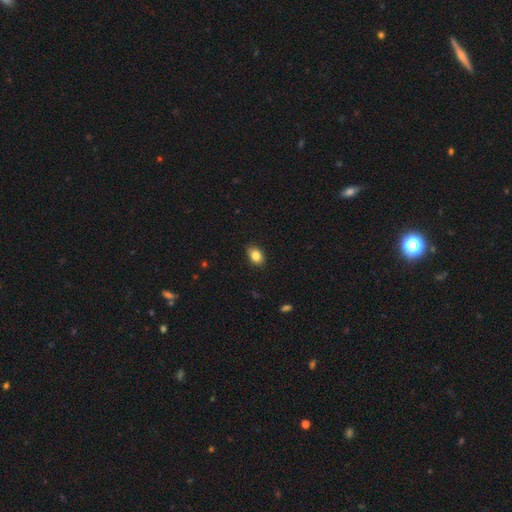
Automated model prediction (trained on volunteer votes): smooth-or-featured: smooth: 84% | star or artifact: 9% | featured or disk: 7%
  how-rounded: in between: 77% | round: 22% | cigar-shaped: 1%
  merging: none: 86% | minor disturbance: 11% | major disturbance: 2% | merger: 1%